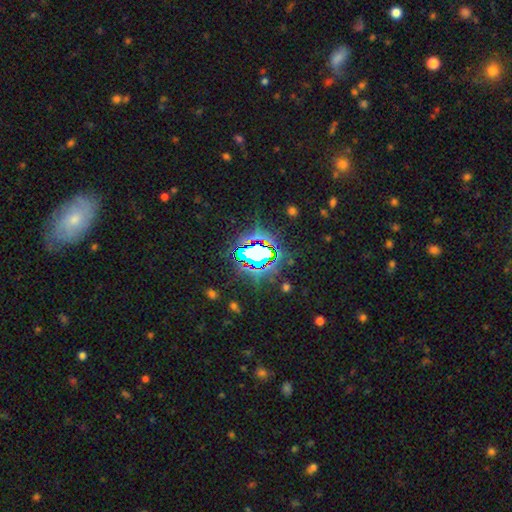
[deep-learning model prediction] Smooth or featured: star or artifact — 74% (smooth — 14%)